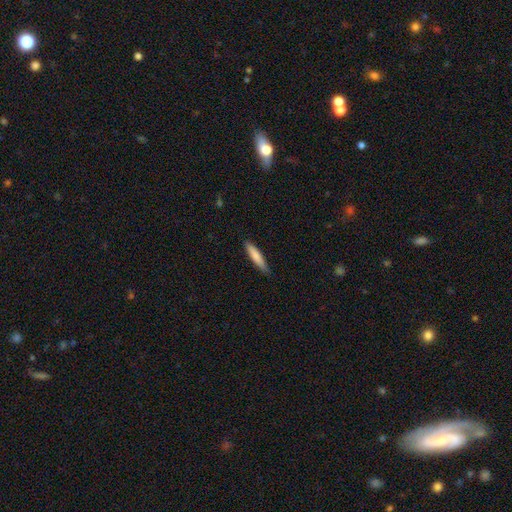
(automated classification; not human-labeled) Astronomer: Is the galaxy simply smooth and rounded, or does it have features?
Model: smooth — 79%.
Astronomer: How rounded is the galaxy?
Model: cigar-shaped — 88%.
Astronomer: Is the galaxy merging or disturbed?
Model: none — 85%.